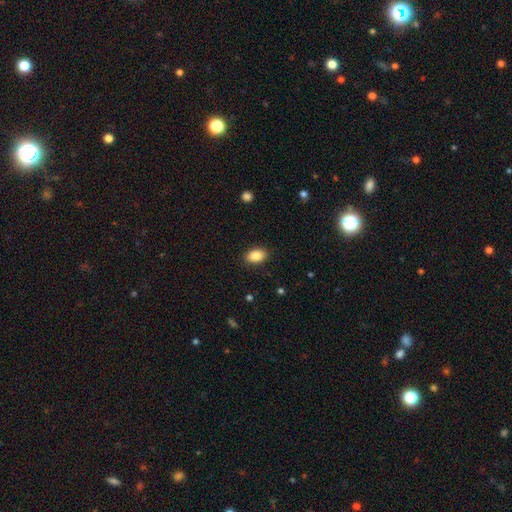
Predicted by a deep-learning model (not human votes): Morphology: type=smooth (88%); roundness=in between (86%); merging=none (88%).